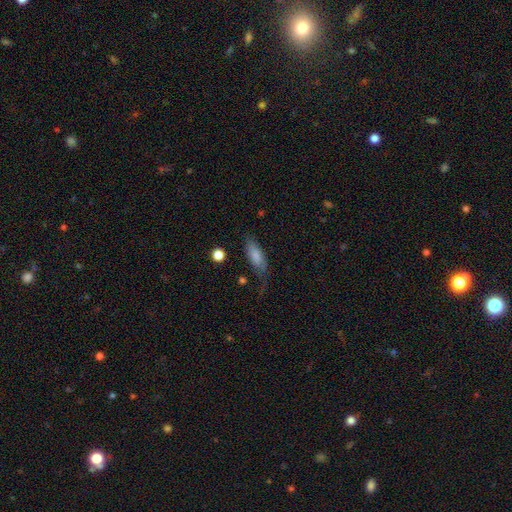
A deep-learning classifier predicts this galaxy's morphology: smooth 78%, featured or disk 16%, star or artifact 7%. Down the decision tree: how rounded — in between (74%); merging — none (52%).